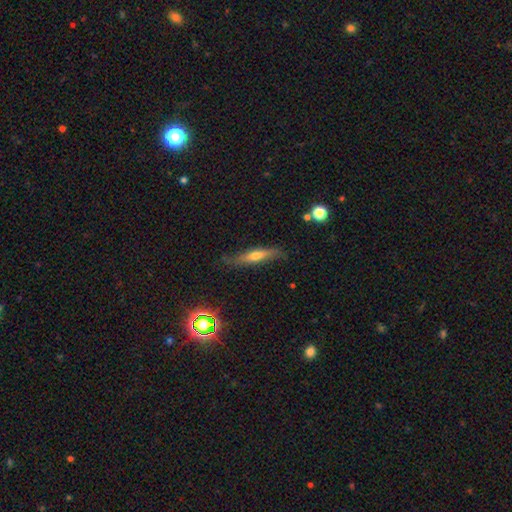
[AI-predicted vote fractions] smooth-or-featured: featured or disk: 47% | smooth: 45% | star or artifact: 9%
  merging: none: 76% | minor disturbance: 18% | major disturbance: 4% | merger: 2%